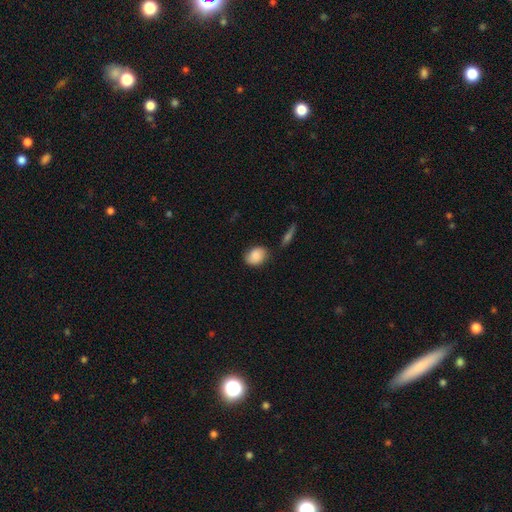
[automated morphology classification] smooth-or-featured: smooth: 84% | featured or disk: 9% | star or artifact: 7%
  how-rounded: in between: 61% | round: 38% | cigar-shaped: 2%
  merging: none: 70% | minor disturbance: 21% | merger: 4% | major disturbance: 4%